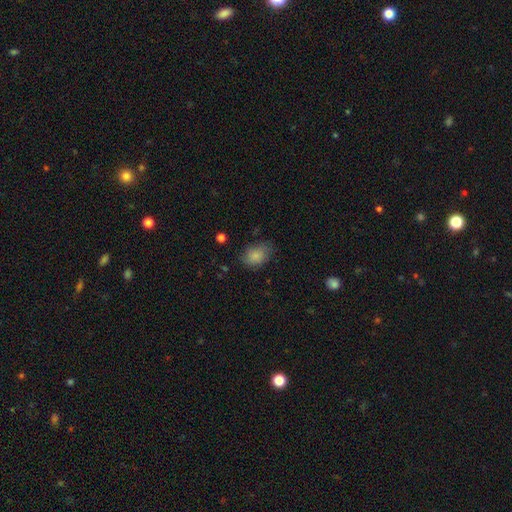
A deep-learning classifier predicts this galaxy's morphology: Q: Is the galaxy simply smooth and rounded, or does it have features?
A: smooth — 84%.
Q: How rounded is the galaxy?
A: in between — 78%.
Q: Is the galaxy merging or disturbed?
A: none — 71%.